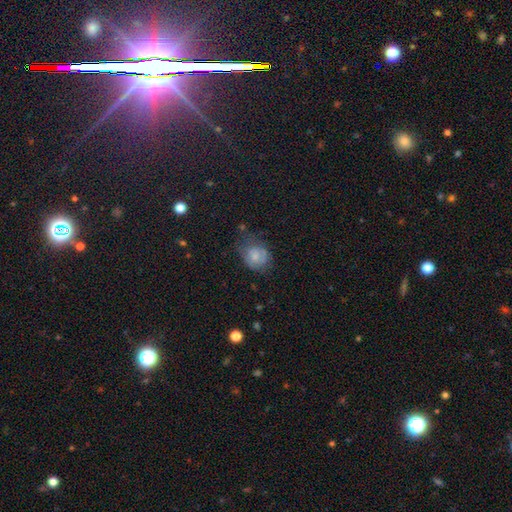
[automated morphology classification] Smooth or featured? smooth (62%)
How rounded? round (58%)
Merging? none (40%)